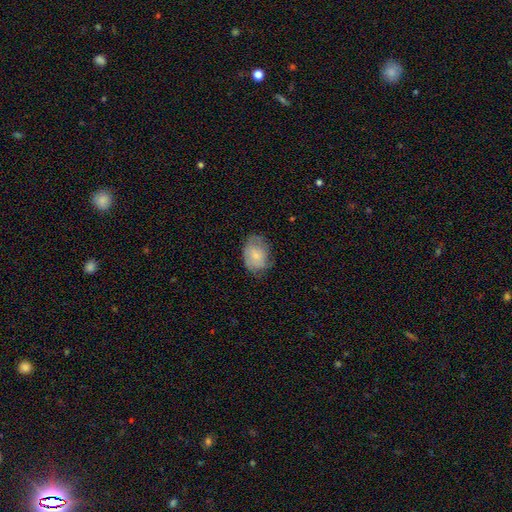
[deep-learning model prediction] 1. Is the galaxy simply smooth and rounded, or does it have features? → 64% smooth, 29% featured or disk, 7% star or artifact.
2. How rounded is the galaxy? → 64% in between, 35% round, 1% cigar-shaped.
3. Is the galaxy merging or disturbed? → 59% none, 29% minor disturbance, 11% major disturbance, 1% merger.